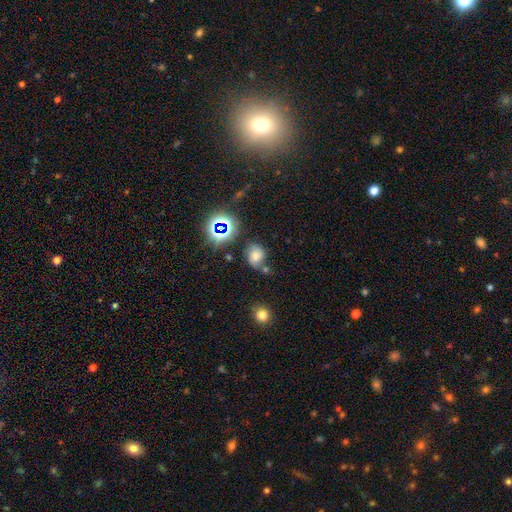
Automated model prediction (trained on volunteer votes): Smooth or featured? Predicted: smooth (p=0.56). How rounded? Predicted: round (p=0.51). Merging? Predicted: none (p=0.54).